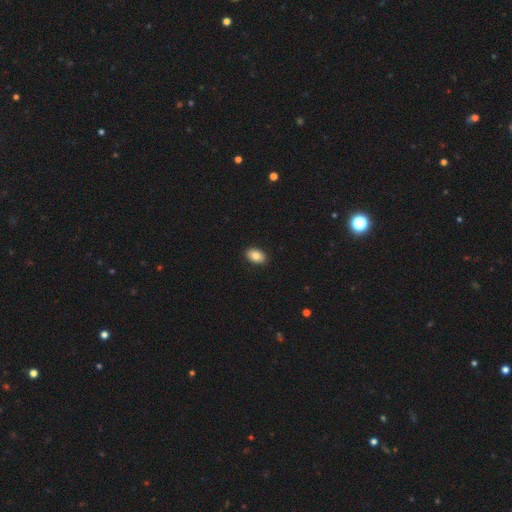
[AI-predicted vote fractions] Smooth or featured?
  - smooth: 85% *
  - star or artifact: 8%
  - featured or disk: 7%
How rounded?
  - in between: 89% *
  - round: 10%
  - cigar-shaped: 1%
Merging?
  - none: 90% *
  - minor disturbance: 7%
  - major disturbance: 2%
  - merger: 1%